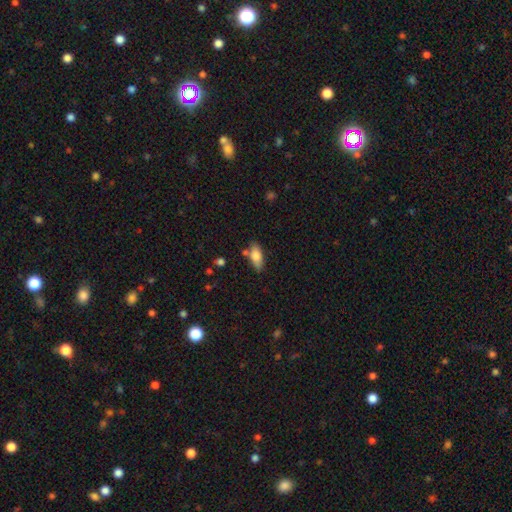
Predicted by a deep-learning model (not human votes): Smooth or featured? Predicted: smooth (p=0.75). How rounded? Predicted: in between (p=0.78). Merging? Predicted: none (p=0.71).